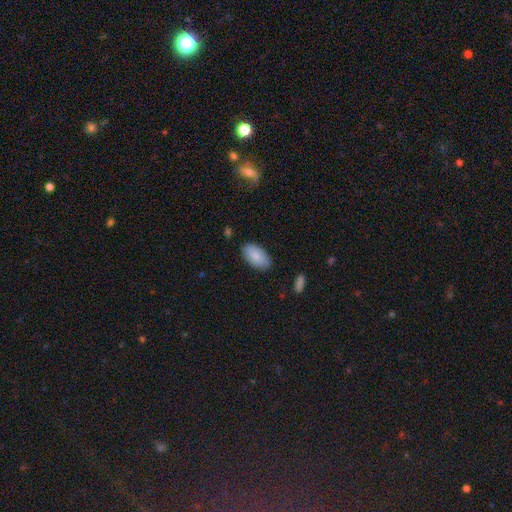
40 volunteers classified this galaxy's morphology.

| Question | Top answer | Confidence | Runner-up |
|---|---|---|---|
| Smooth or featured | smooth | 92% | featured or disk (5%) |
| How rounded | in between | 95% | cigar-shaped (5%) |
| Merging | none | 90% | minor disturbance (8%) |